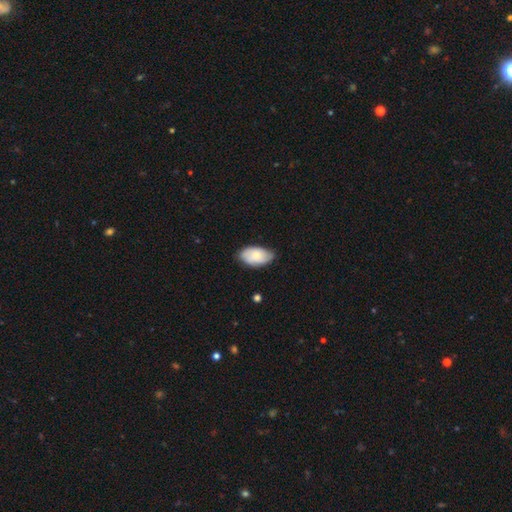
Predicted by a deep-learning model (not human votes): Smooth or featured: smooth — 71% (featured or disk — 23%)
How rounded: in between — 94% (round — 4%)
Merging: none — 74% (minor disturbance — 22%)